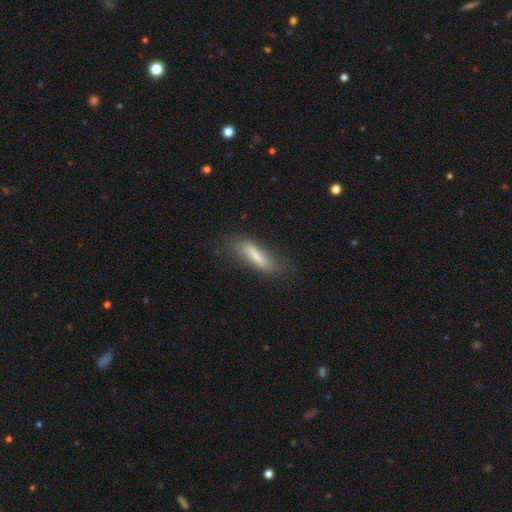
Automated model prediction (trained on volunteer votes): smooth-or-featured: smooth: 71% | featured or disk: 21% | star or artifact: 8%
  how-rounded: cigar-shaped: 71% | in between: 27% | round: 2%
  merging: none: 71% | minor disturbance: 19% | major disturbance: 8% | merger: 2%